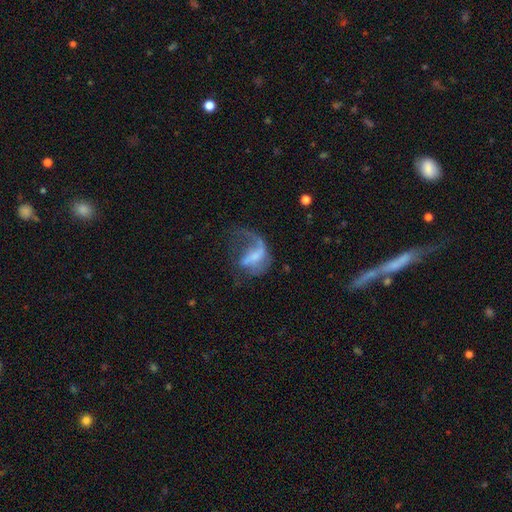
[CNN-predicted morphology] Smooth or featured? Predicted: featured or disk (p=0.64). Edge-on disk? Predicted: no (p=0.97). Bar? Predicted: weak (p=0.38, tied with no). Spiral arms? Predicted: yes (p=0.67). Bulge size? Predicted: none (p=0.37). Merging? Predicted: major disturbance (p=0.58).